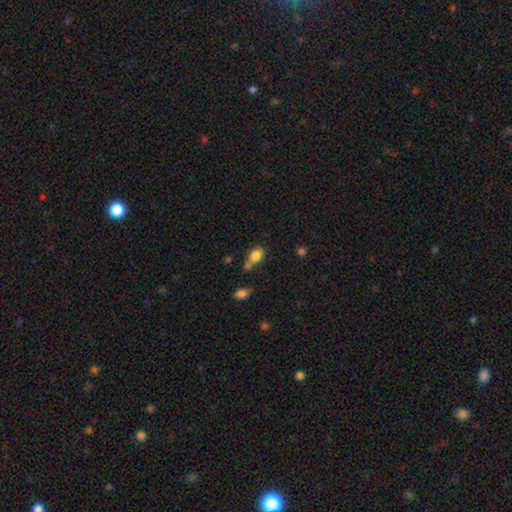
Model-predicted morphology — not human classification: Smooth or featured? Predicted: smooth (p=0.83). How rounded? Predicted: in between (p=0.56). Merging? Predicted: none (p=0.50).